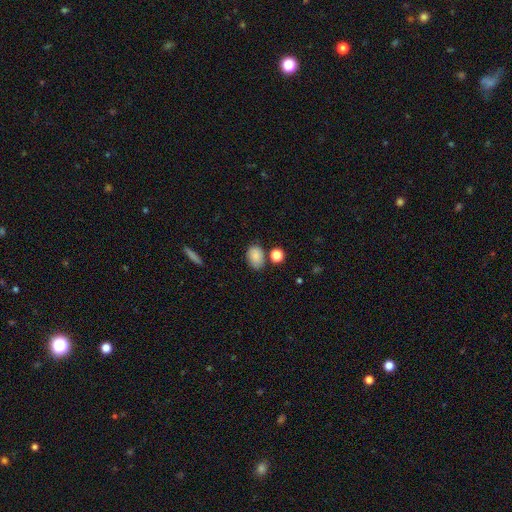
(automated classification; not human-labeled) smooth 84%, star or artifact 9%, featured or disk 7%. Down the decision tree: how rounded — in between (81%); merging — none (72%).